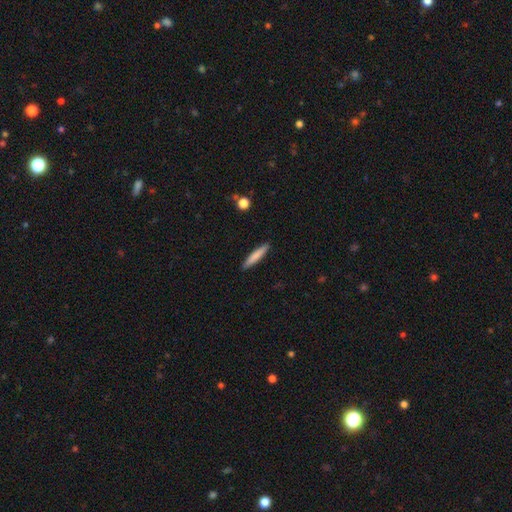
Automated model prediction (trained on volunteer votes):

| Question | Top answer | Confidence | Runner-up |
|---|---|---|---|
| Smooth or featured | smooth | 78% | featured or disk (16%) |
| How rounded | cigar-shaped | 92% | in between (7%) |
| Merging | none | 91% | minor disturbance (7%) |